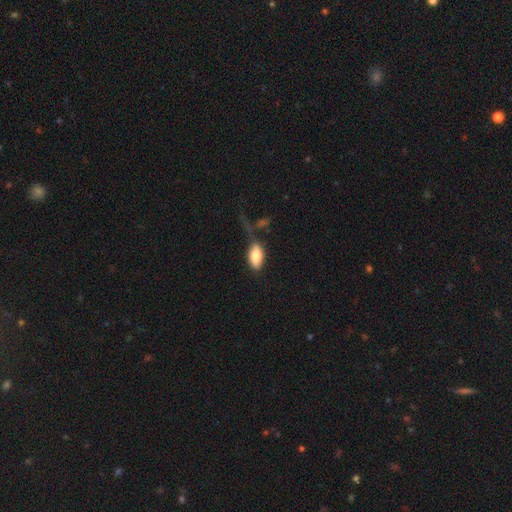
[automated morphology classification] Smooth or featured: smooth — 79% (featured or disk — 14%)
How rounded: in between — 93% (cigar-shaped — 4%)
Merging: none — 43% (major disturbance — 23%)